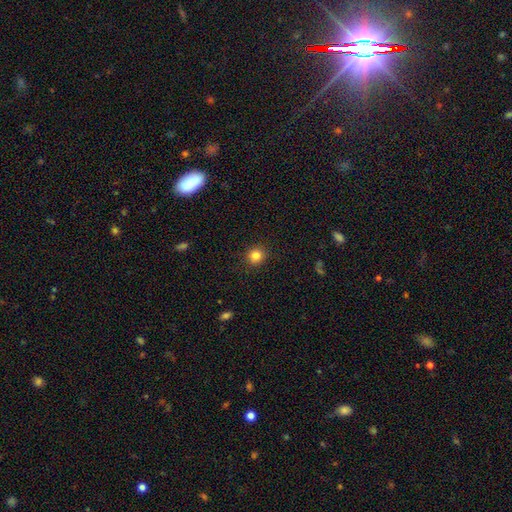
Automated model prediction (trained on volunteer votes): smooth_or_featured: smooth (p=0.83) [alt: star or artifact p=0.12]
how_rounded: round (p=0.89) [alt: in between p=0.10]
merging: none (p=0.92) [alt: minor disturbance p=0.05]